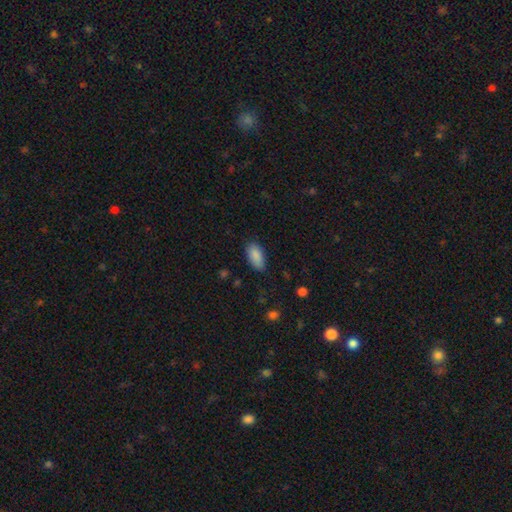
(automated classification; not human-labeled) This appears to be a smooth galaxy with no disk features (89%) that is in between round and cigar-shaped (92%). Merging: none (81%).